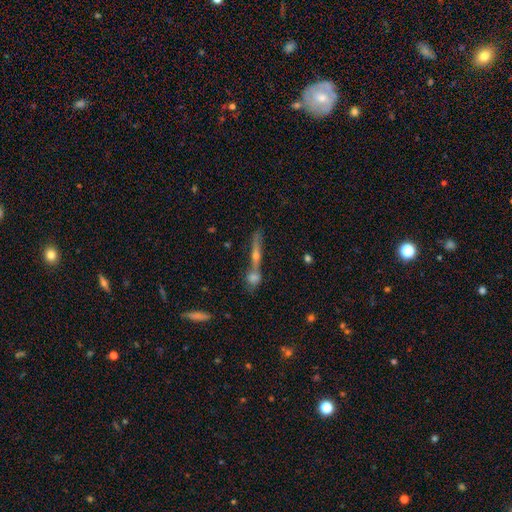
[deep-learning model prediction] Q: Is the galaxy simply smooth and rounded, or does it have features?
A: featured or disk — 42%.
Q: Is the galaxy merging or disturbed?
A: none — 57%.